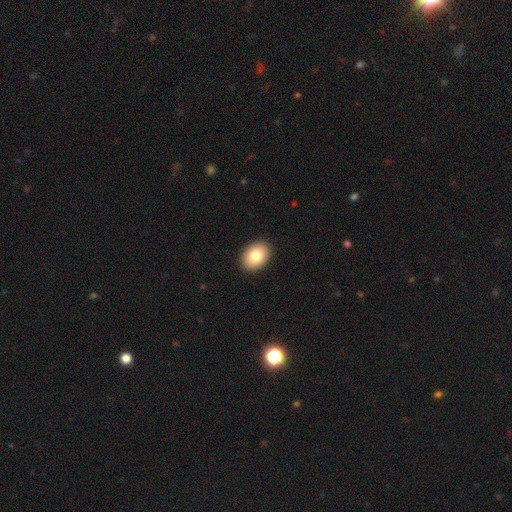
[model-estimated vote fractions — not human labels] Overall: smooth (82%). How rounded: in between (76%). Merging: none (91%).